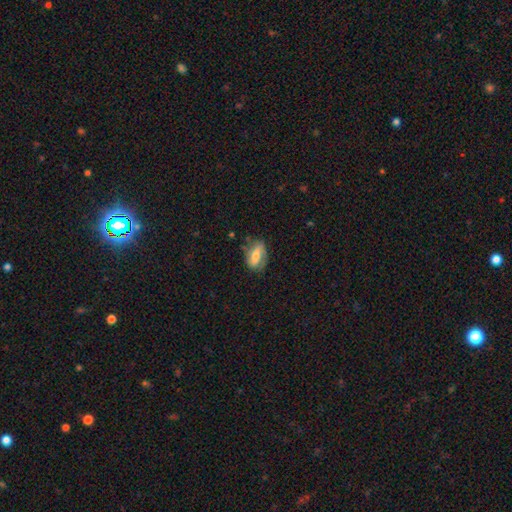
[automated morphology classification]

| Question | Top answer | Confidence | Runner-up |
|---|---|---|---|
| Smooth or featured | featured or disk | 49% | smooth (43%) |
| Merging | none | 63% | minor disturbance (25%) |